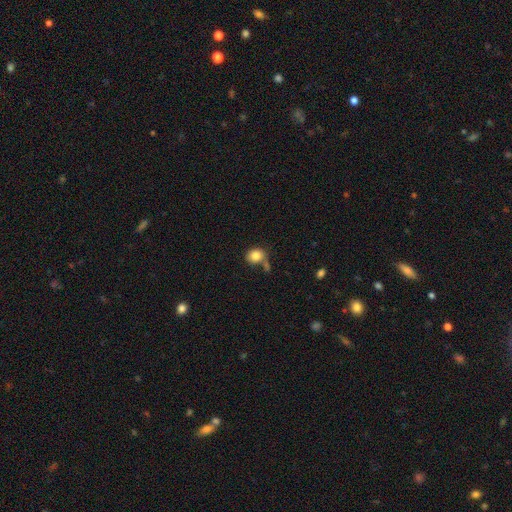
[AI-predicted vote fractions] smooth-or-featured: smooth: 84% | star or artifact: 9% | featured or disk: 7%
  how-rounded: round: 63% | in between: 36% | cigar-shaped: 1%
  merging: none: 57% | merger: 20% | minor disturbance: 17% | major disturbance: 7%